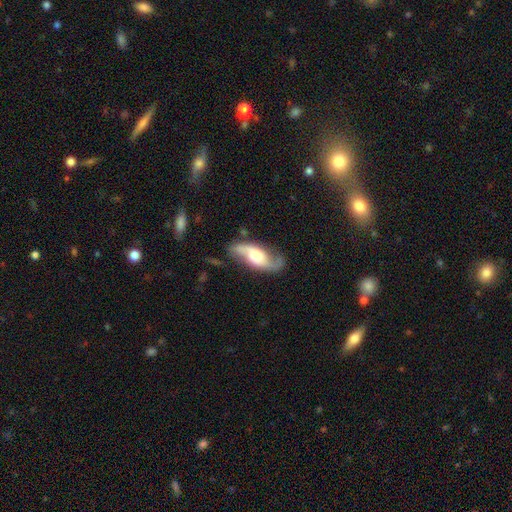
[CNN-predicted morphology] The model was most divided on "bulge size": large: 43%, moderate: 28%, small: 11%, none: 9%, dominant: 8%. More confident: spiral arms — yes (94%); spiral arm count — 2 (91%); edge-on disk — no (90%); smooth or featured — featured or disk (76%); merging — none (70%); spiral winding — loose (60%); bar — no (53%).